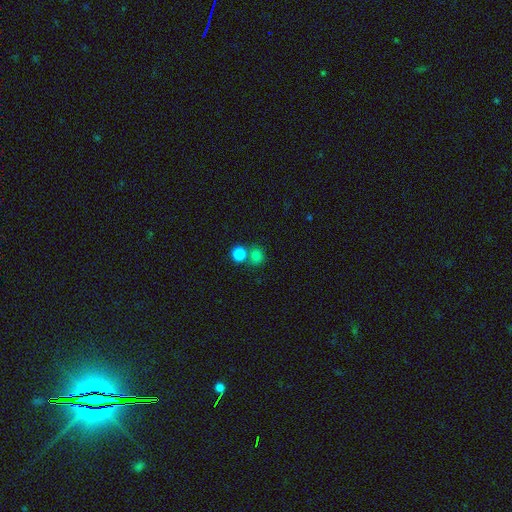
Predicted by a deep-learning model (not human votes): A smooth galaxy with no disk features (80%) that is round (82%).

Vote fractions:
- Smooth or featured? smooth: 80% / star or artifact: 13% / featured or disk: 6%
- How rounded? round: 82% / in between: 17% / cigar-shaped: 1%
- Merging? none: 55% / merger: 34% / minor disturbance: 8% / major disturbance: 3%